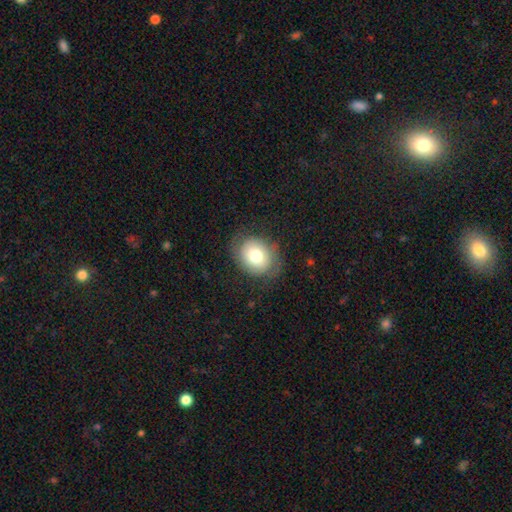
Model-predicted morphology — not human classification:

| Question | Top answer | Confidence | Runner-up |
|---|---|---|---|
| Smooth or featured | smooth | 67% | featured or disk (24%) |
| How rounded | round | 62% | in between (37%) |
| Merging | none | 74% | minor disturbance (17%) |